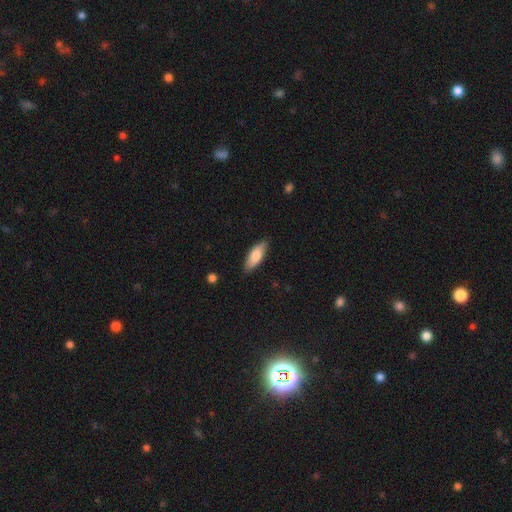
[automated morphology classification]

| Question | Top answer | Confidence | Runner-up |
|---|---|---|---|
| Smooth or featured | smooth | 82% | featured or disk (13%) |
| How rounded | in between | 68% | cigar-shaped (30%) |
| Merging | none | 84% | minor disturbance (12%) |